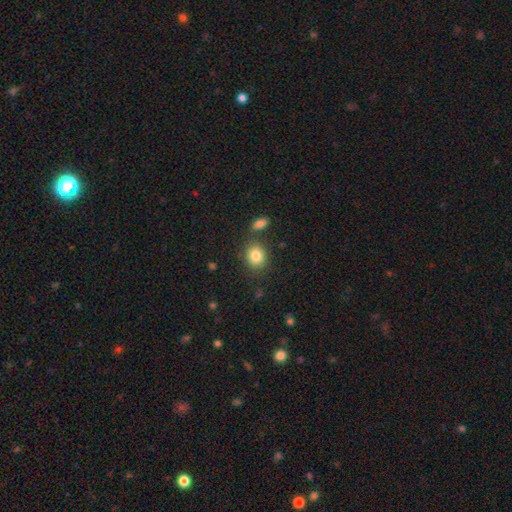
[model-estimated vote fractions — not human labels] smooth_or_featured: smooth (p=0.84) [alt: star or artifact p=0.09]
how_rounded: round (p=0.66) [alt: in between p=0.33]
merging: none (p=0.76) [alt: minor disturbance p=0.11]